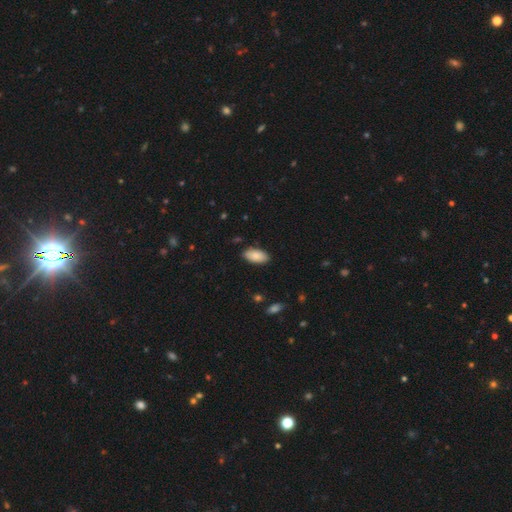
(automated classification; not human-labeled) The model was most divided on "merging": none: 86%, minor disturbance: 11%, major disturbance: 2%, merger: 1%. More confident: how rounded — in between (94%); smooth or featured — smooth (87%).